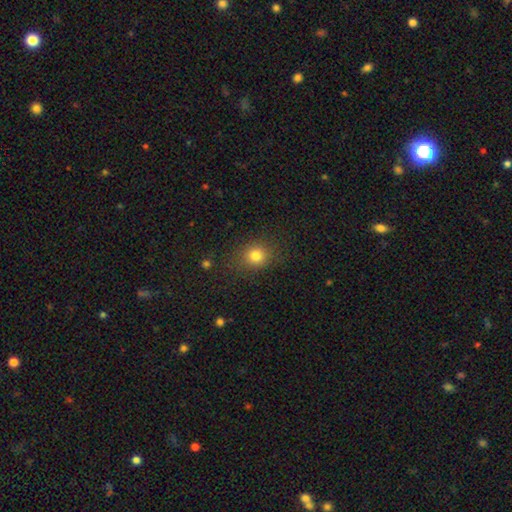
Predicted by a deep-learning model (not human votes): This appears to be a smooth galaxy with no disk features (79%) that is round (74%). Merging: none (84%).